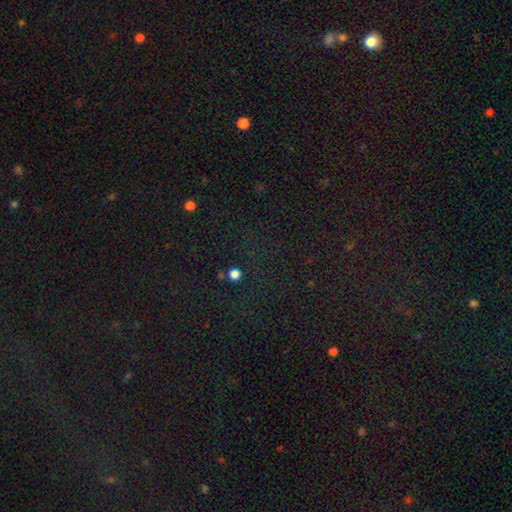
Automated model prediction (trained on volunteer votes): This appears to be a star or artifact, not a galaxy (75%).